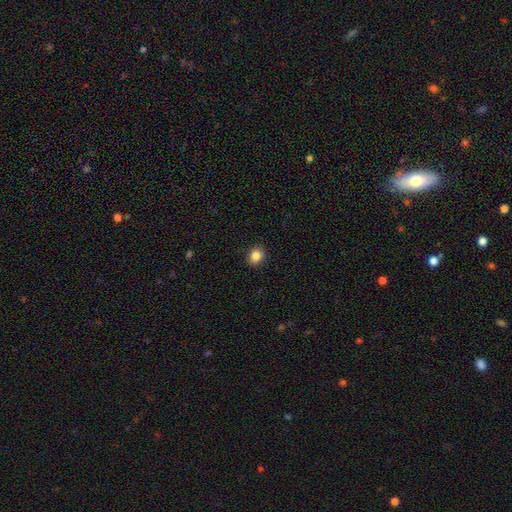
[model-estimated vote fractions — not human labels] A smooth galaxy with no disk features (84%) that is round (77%). Merging: none (91%).